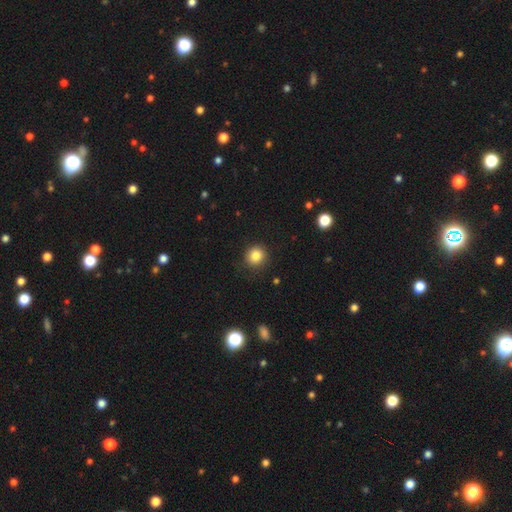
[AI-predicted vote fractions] Smooth or featured? Predicted: smooth (p=0.83). How rounded? Predicted: round (p=0.91). Merging? Predicted: none (p=0.88).